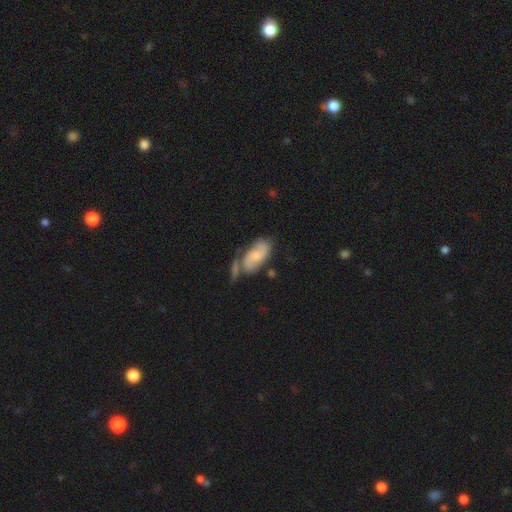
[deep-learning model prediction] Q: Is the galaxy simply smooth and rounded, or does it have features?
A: featured or disk — 46%, tied with smooth.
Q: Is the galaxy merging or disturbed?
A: none — 41%.